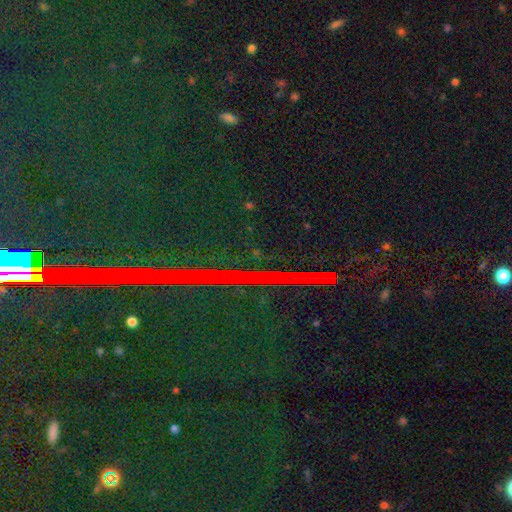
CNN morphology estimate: A star or artifact, not a galaxy (86%).